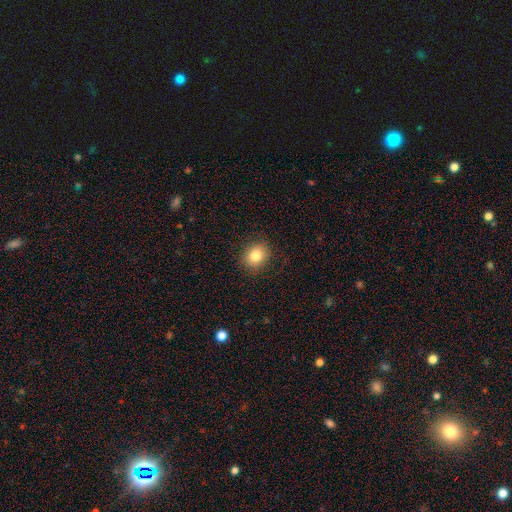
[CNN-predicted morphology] Smooth or featured?
  - smooth: 83% *
  - star or artifact: 10%
  - featured or disk: 7%
How rounded?
  - round: 61% *
  - in between: 38%
  - cigar-shaped: 1%
Merging?
  - none: 88% *
  - minor disturbance: 8%
  - major disturbance: 3%
  - merger: 1%